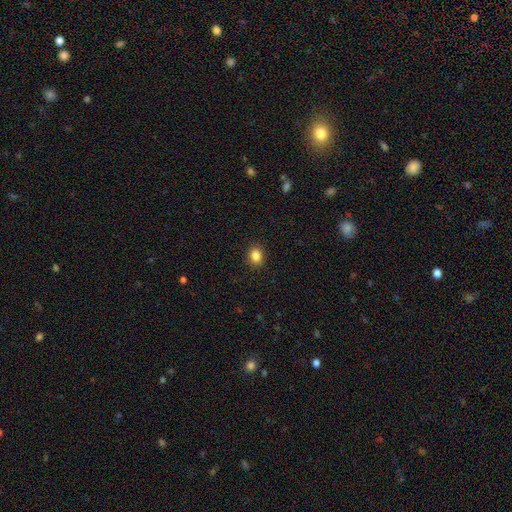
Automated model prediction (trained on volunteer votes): Morphology: type=smooth (85%); roundness=round (51%); merging=none (90%).